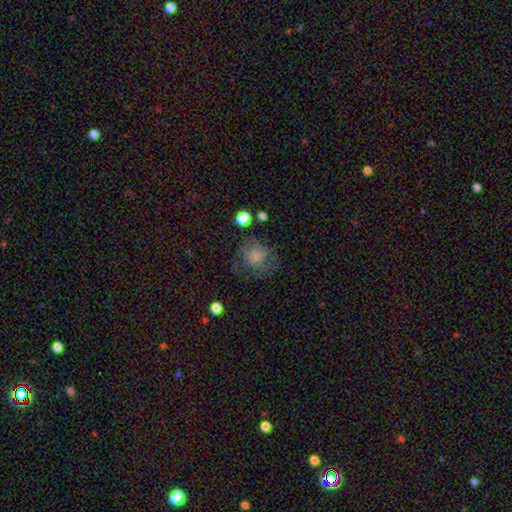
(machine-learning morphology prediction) smooth-or-featured: smooth: 59% | featured or disk: 31% | star or artifact: 10%
  how-rounded: round: 79% | in between: 20% | cigar-shaped: 1%
  merging: none: 57% | minor disturbance: 20% | major disturbance: 20% | merger: 2%